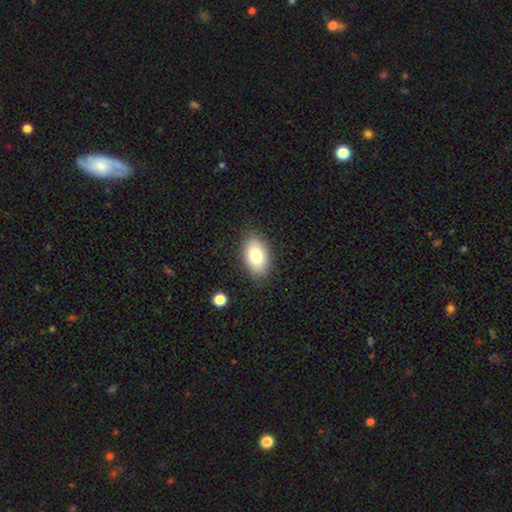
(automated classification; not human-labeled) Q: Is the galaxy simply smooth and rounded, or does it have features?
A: smooth — 78%.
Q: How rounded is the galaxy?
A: in between — 91%.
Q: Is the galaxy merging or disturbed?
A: none — 84%.